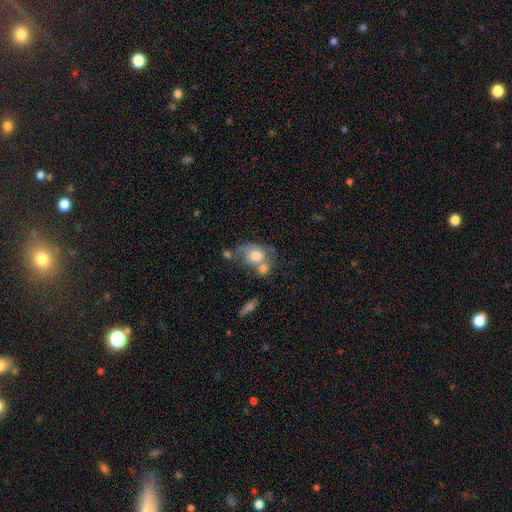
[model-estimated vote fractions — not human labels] This is likely a smooth galaxy (61%). How rounded: likely in between (62%). Merging: possibly merger (47%).